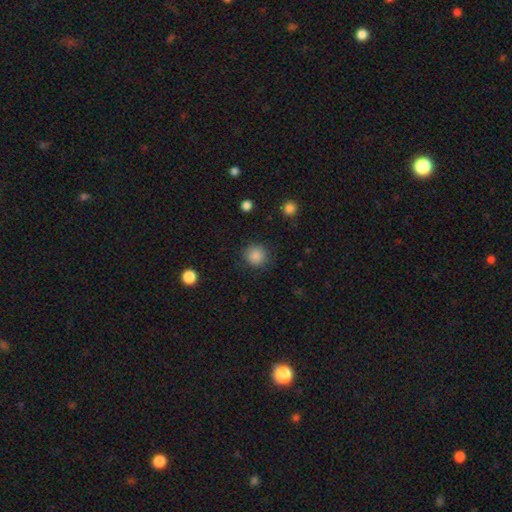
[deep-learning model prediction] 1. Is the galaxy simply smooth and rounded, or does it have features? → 87% smooth, 10% star or artifact, 3% featured or disk.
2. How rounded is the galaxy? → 93% round, 6% in between, 1% cigar-shaped.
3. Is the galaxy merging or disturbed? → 88% none, 8% minor disturbance, 3% major disturbance, 1% merger.